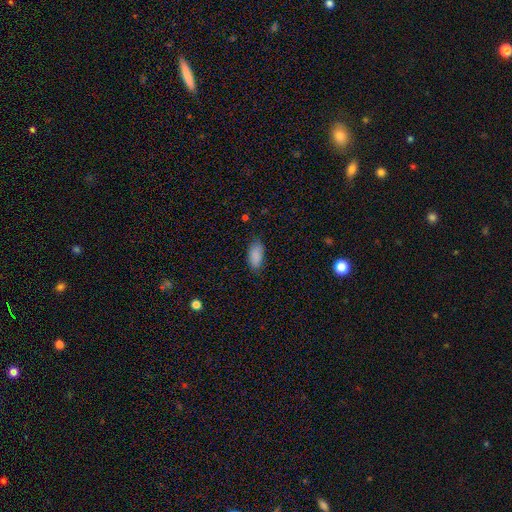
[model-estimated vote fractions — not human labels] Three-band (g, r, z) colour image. It shows a smooth galaxy with no disk features (88%) that is in between round and cigar-shaped (91%). Merging: none (79%).